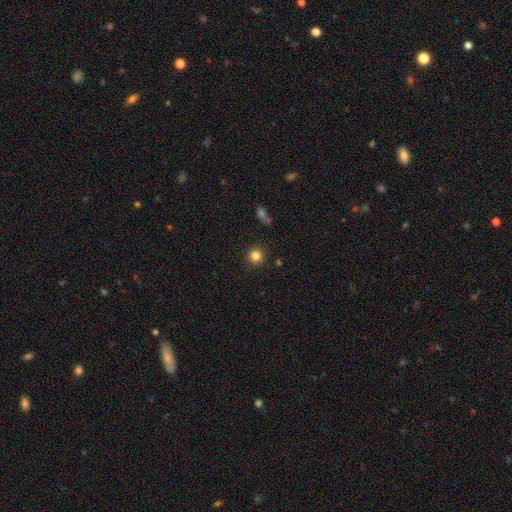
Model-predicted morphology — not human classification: This is clearly a smooth galaxy (83%). How rounded: clearly round (94%). Merging: clearly none (90%).